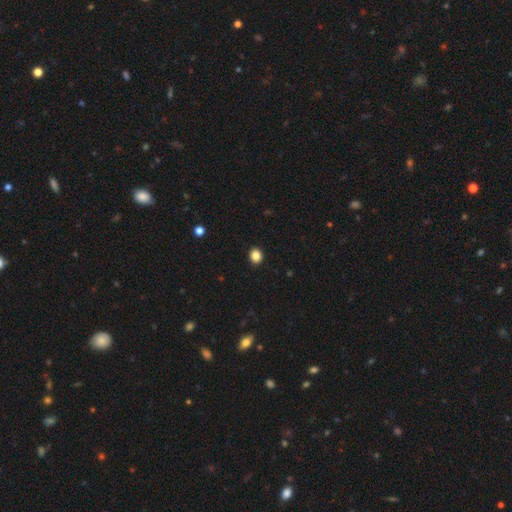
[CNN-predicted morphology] This appears to be a smooth galaxy with no disk features (86%) that is round (68%). Merging: none (92%).